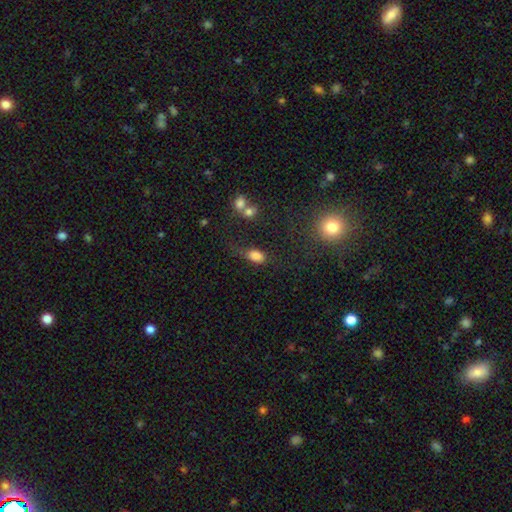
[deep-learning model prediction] This is clearly a smooth galaxy (82%). How rounded: clearly in between (86%). Merging: possibly none (47%).